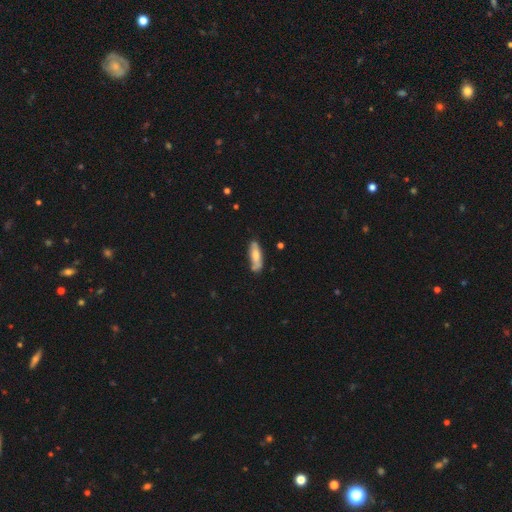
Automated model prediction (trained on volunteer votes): A smooth galaxy with no disk features (67%) that is in between round and cigar-shaped (51%).

Vote fractions:
- Smooth or featured? smooth: 67% / featured or disk: 27% / star or artifact: 6%
- How rounded? in between: 51% / cigar-shaped: 47% / round: 2%
- Merging? none: 63% / minor disturbance: 25% / major disturbance: 6% / merger: 5%